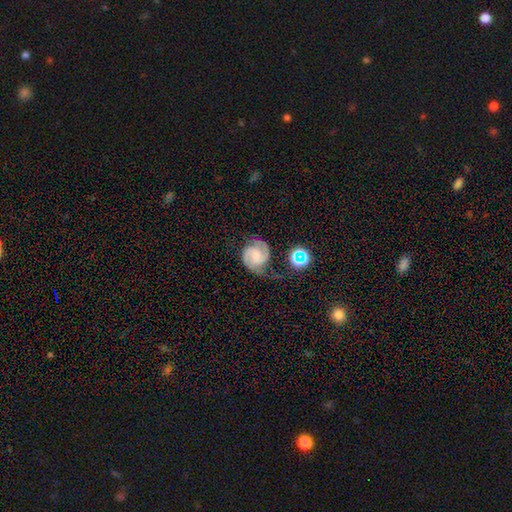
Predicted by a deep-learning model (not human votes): Smooth or featured? Predicted: featured or disk (p=0.83). Edge-on disk? Predicted: no (p=0.98). Bar? Predicted: no (p=0.50). Spiral arms? Predicted: yes (p=0.97). Spiral winding? Predicted: medium (p=0.49). Spiral arm count? Predicted: 2 (p=0.90). Bulge size? Predicted: small (p=0.37). Merging? Predicted: none (p=0.60).